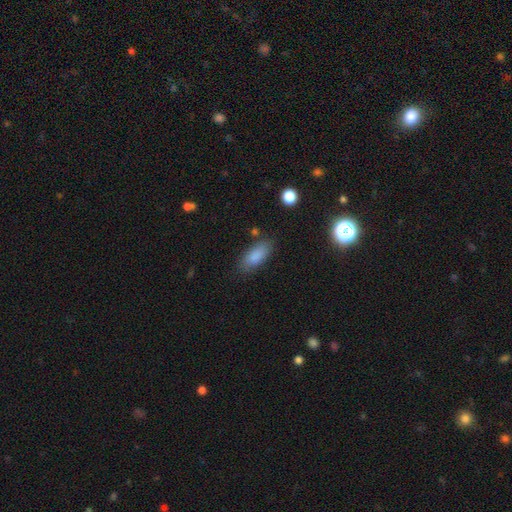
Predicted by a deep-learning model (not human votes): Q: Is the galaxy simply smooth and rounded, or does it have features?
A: smooth — 86%.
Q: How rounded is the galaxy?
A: in between — 83%.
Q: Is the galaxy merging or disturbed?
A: none — 79%.